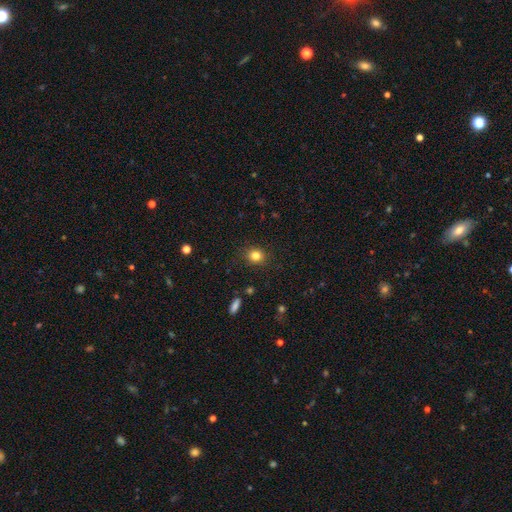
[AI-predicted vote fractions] A smooth galaxy with no disk features (82%) that is round (76%). Merging: none (88%).